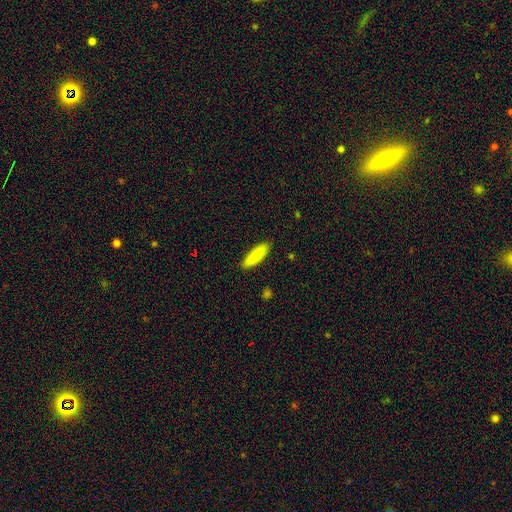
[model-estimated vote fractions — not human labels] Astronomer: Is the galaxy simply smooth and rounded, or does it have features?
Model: smooth — 88%.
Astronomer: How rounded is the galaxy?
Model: cigar-shaped — 63%.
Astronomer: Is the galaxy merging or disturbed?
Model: none — 88%.